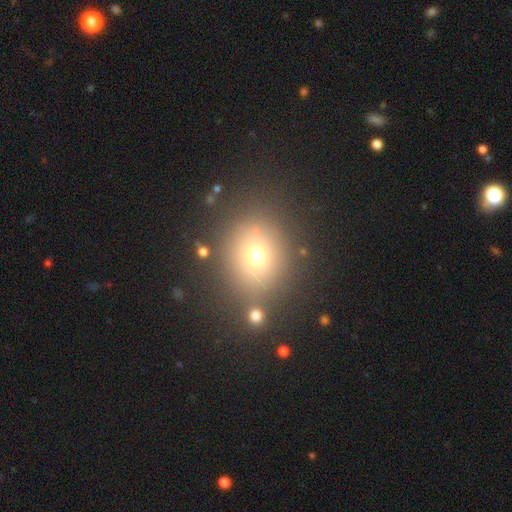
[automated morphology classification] Q: Smooth or featured?
A: smooth (65%); runner-up: star or artifact (22%)
Q: How rounded?
A: round (69%); runner-up: in between (29%)
Q: Merging?
A: none (81%); runner-up: minor disturbance (9%)